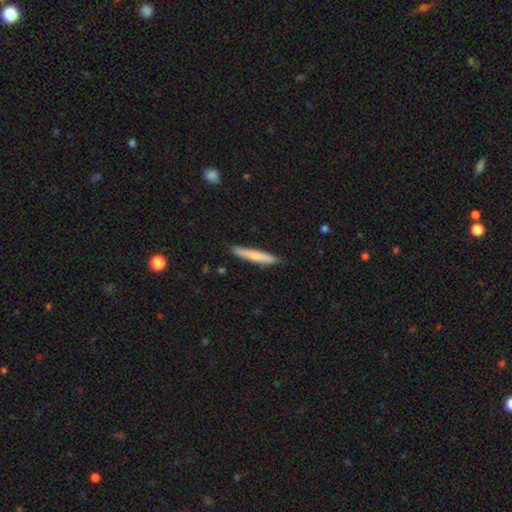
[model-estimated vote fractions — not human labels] Overall: smooth (69%). How rounded: cigar-shaped (94%). Merging: none (88%).